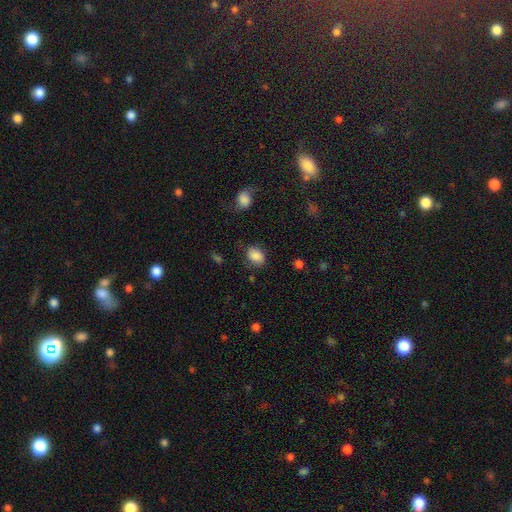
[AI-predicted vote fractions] smooth 85%, star or artifact 8%, featured or disk 7%. Down the decision tree: how rounded — in between (70%); merging — none (71%).